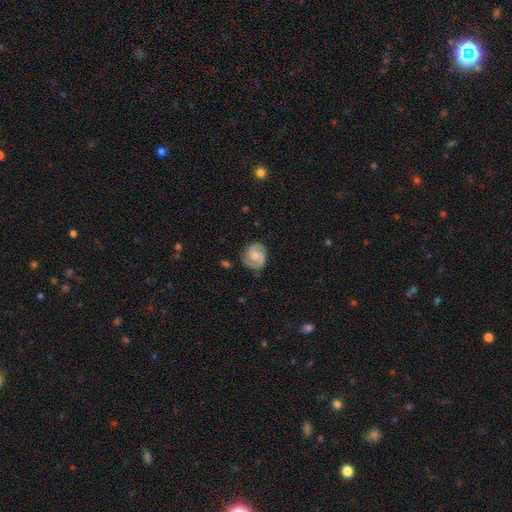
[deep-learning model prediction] smooth_or_featured: featured or disk (p=0.73) [alt: smooth p=0.21]
disk_edge_on: no (p=0.98) [alt: yes p=0.02]
bar: no (p=0.61) [alt: weak p=0.33]
has_spiral_arms: yes (p=0.95) [alt: no p=0.05]
spiral_winding: tight (p=0.46) [alt: medium p=0.42]
spiral_arm_count: 2 (p=0.82) [alt: can't tell p=0.08]
bulge_size: small (p=0.47) [alt: moderate p=0.46]
merging: none (p=0.77) [alt: minor disturbance p=0.17]